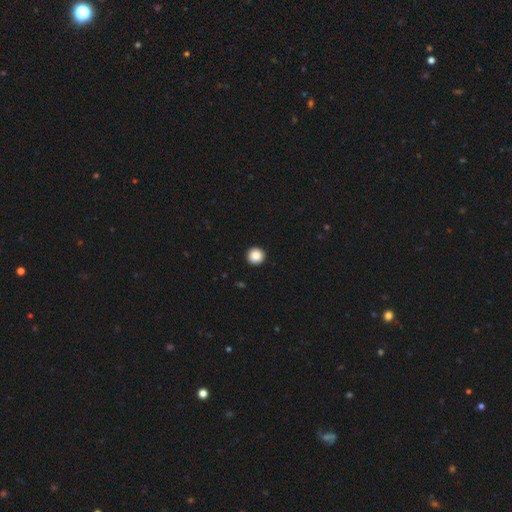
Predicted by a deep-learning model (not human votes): A smooth galaxy with no disk features (87%) that is round (96%).

Vote fractions:
- Smooth or featured? smooth: 87% / star or artifact: 9% / featured or disk: 3%
- How rounded? round: 96% / in between: 3% / cigar-shaped: 1%
- Merging? none: 94% / minor disturbance: 4% / major disturbance: 1% / merger: 1%